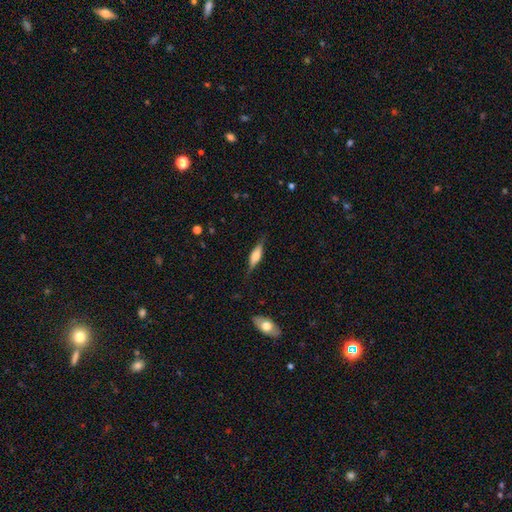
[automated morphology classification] Smooth or featured?
  - featured or disk: 58% *
  - smooth: 36%
  - star or artifact: 7%
Edge-on disk?
  - yes: 95% *
  - no: 5%
Edge-on bulge?
  - rounded: 72% *
  - boxy: 24%
  - none: 4%
Merging?
  - none: 80% *
  - minor disturbance: 14%
  - major disturbance: 4%
  - merger: 1%